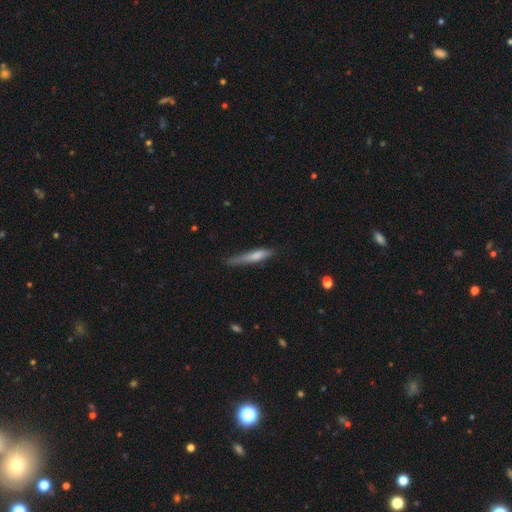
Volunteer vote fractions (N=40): smooth-or-featured: smooth: 78% | featured or disk: 12% | star or artifact: 10%
  how-rounded: cigar-shaped: 94% | in between: 6% | round: 0%
  merging: none: 61% | minor disturbance: 33% | major disturbance: 6% | merger: 0%